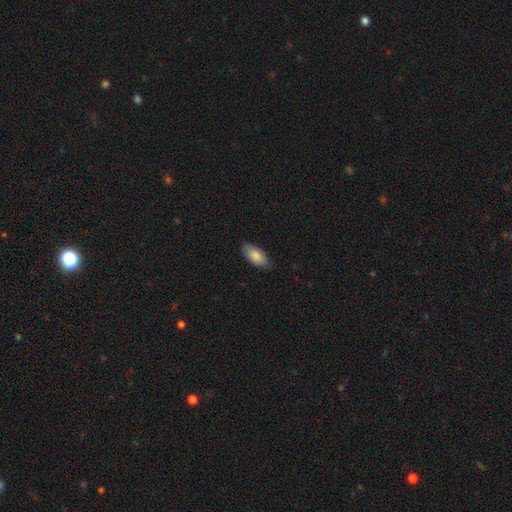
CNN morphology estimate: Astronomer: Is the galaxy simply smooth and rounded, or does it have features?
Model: smooth — 86%.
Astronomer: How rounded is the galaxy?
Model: in between — 90%.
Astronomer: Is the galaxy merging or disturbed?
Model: none — 84%.